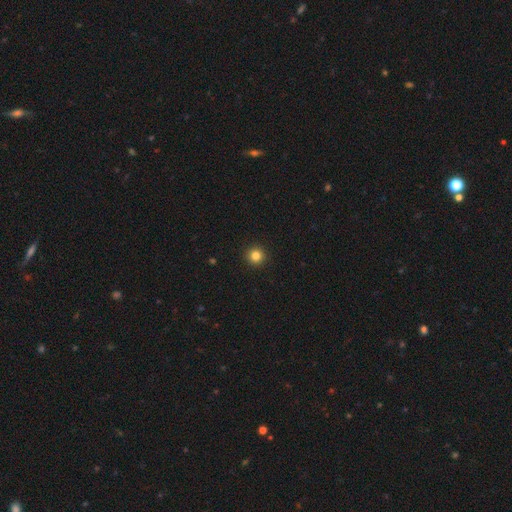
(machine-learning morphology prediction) smooth-or-featured: smooth: 84% | star or artifact: 12% | featured or disk: 4%
  how-rounded: round: 96% | in between: 3% | cigar-shaped: 1%
  merging: none: 94% | minor disturbance: 4% | major disturbance: 1% | merger: 1%